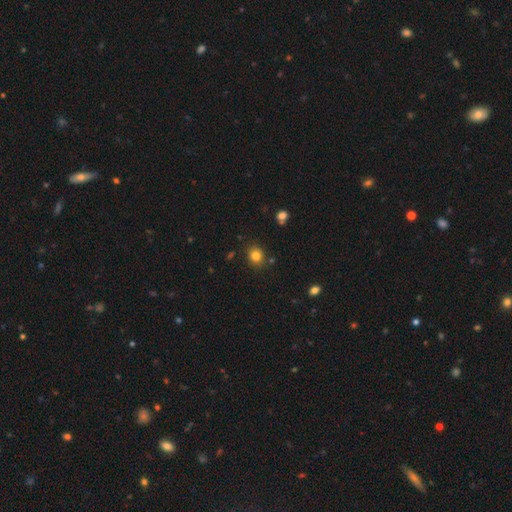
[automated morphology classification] type=smooth (81%); roundness=round (74%); merging=none (83%).